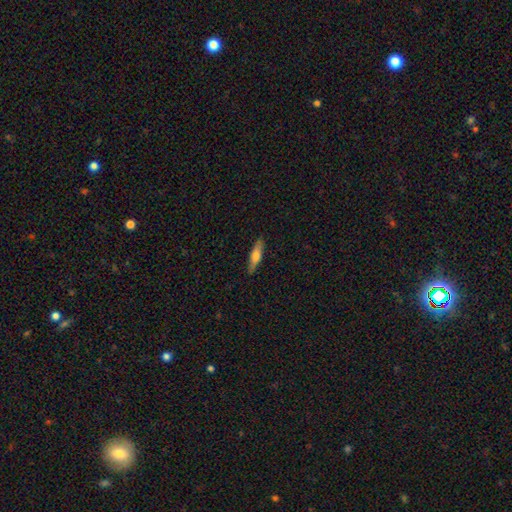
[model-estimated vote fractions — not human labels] This appears to be a smooth galaxy with no disk features (54%) that is cigar-shaped (78%). Merging: none (88%).